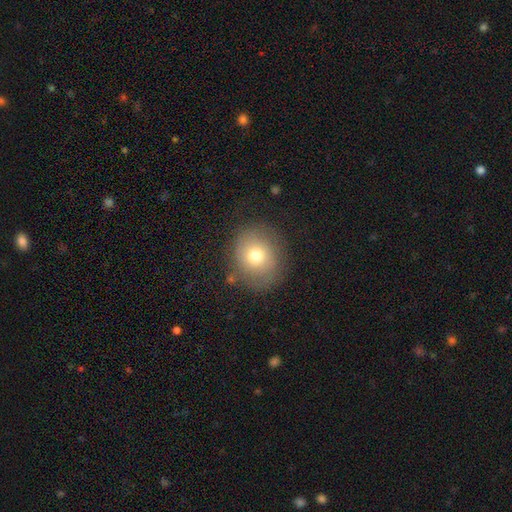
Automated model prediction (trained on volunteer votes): This appears to be a smooth galaxy with no disk features (71%) that is round (71%). Merging: none (77%).